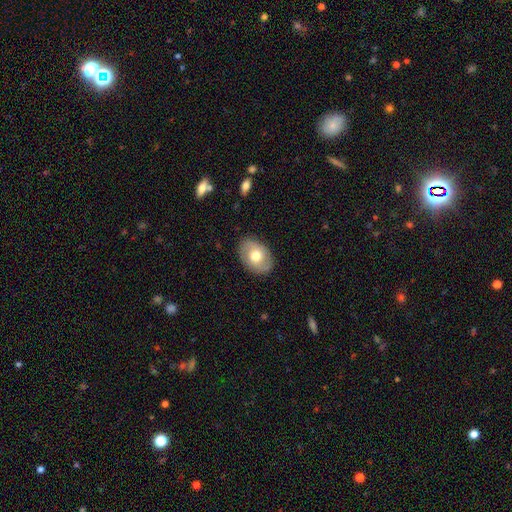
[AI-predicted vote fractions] smooth-or-featured: smooth: 57% | featured or disk: 37% | star or artifact: 6%
  how-rounded: in between: 77% | round: 22% | cigar-shaped: 1%
  merging: none: 84% | minor disturbance: 12% | major disturbance: 3% | merger: 1%